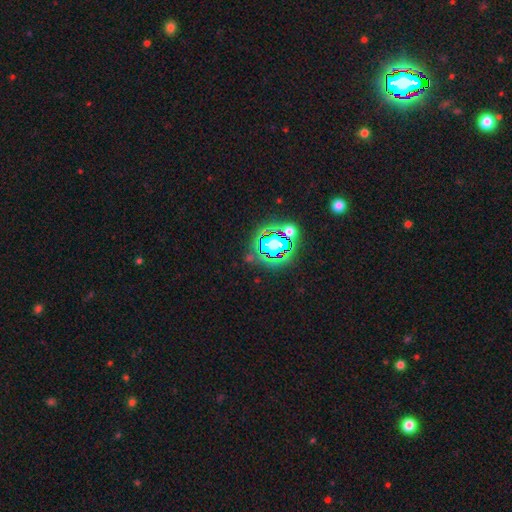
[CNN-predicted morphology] smooth_or_featured: star or artifact (p=0.82) [alt: smooth p=0.11]